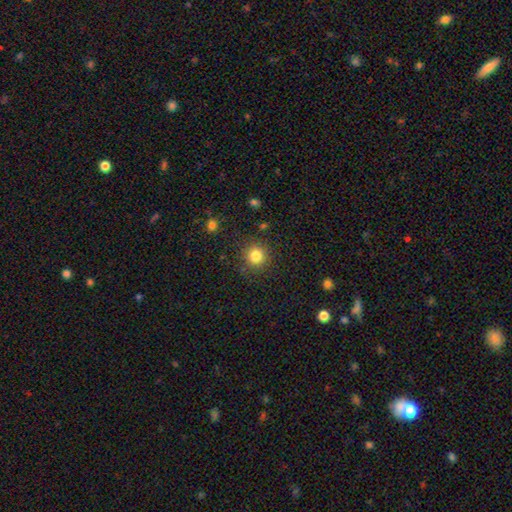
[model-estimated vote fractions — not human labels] A smooth galaxy with no disk features (83%) that is round (93%). Merging: none (87%).